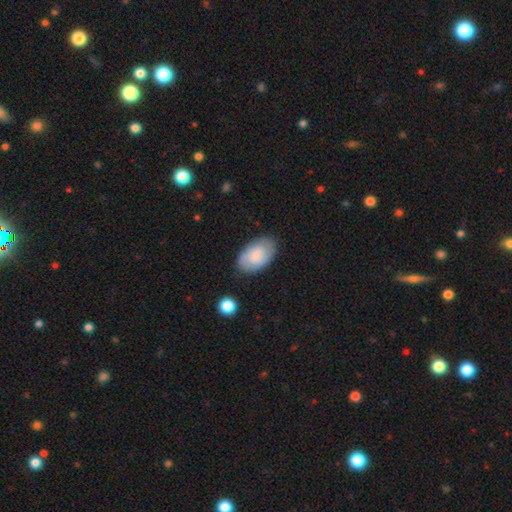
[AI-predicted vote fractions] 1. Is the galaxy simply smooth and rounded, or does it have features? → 72% smooth, 22% featured or disk, 7% star or artifact.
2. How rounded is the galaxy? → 93% in between, 6% round, 1% cigar-shaped.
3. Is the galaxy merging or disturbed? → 79% none, 16% minor disturbance, 4% major disturbance, 2% merger.